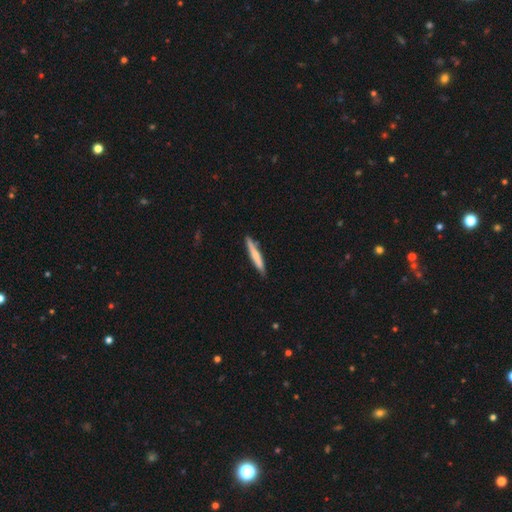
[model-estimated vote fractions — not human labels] Overall: smooth (63%; featured or disk 32%). How rounded: cigar-shaped (94%). Merging: none (84%).